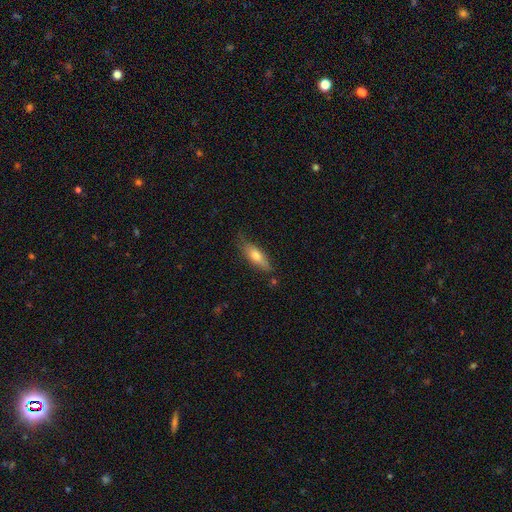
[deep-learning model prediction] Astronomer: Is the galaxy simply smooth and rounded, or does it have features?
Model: smooth — 67%.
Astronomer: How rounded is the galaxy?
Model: in between — 57% (runner-up: cigar-shaped, 40%).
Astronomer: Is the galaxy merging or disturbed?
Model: none — 70%.